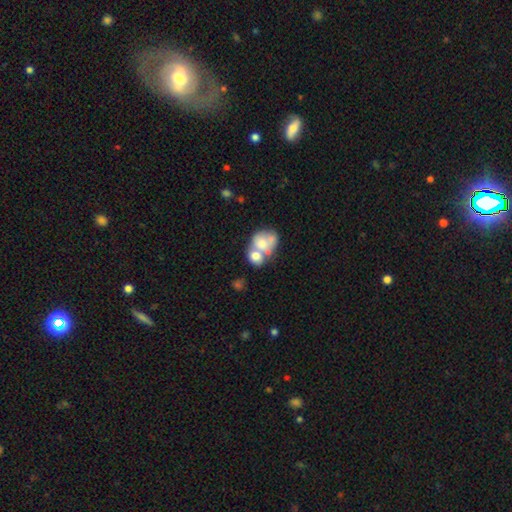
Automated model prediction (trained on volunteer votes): smooth-or-featured: smooth: 61% | featured or disk: 31% | star or artifact: 9%
  how-rounded: in between: 50% | round: 49% | cigar-shaped: 1%
  merging: merger: 65% | none: 20% | minor disturbance: 9% | major disturbance: 7%